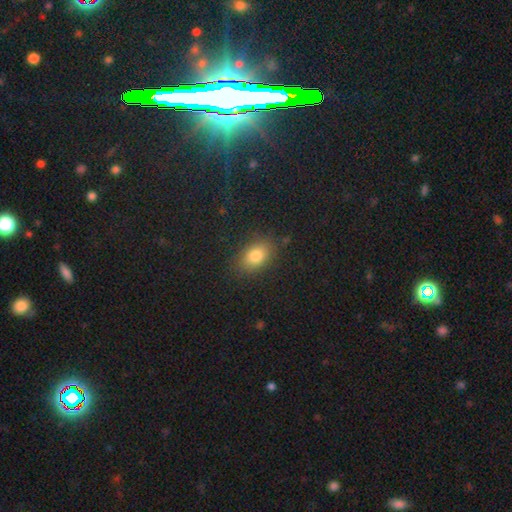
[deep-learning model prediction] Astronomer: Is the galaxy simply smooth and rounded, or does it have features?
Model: smooth — 80%.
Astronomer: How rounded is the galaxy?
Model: in between — 81%.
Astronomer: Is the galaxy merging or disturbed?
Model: none — 84%.